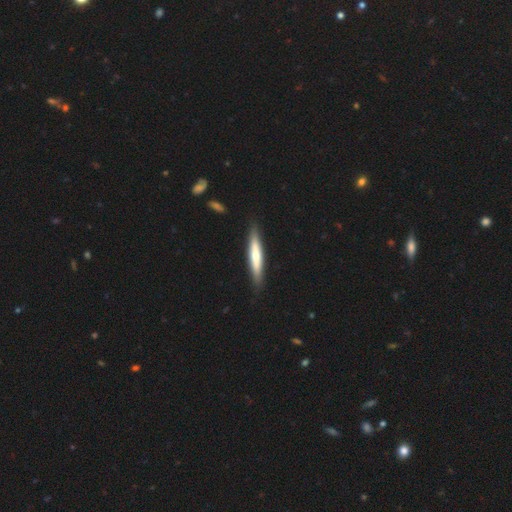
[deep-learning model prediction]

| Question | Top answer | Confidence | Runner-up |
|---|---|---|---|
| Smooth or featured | smooth | 52% | featured or disk (43%) |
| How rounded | cigar-shaped | 90% | in between (9%) |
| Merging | none | 88% | minor disturbance (9%) |